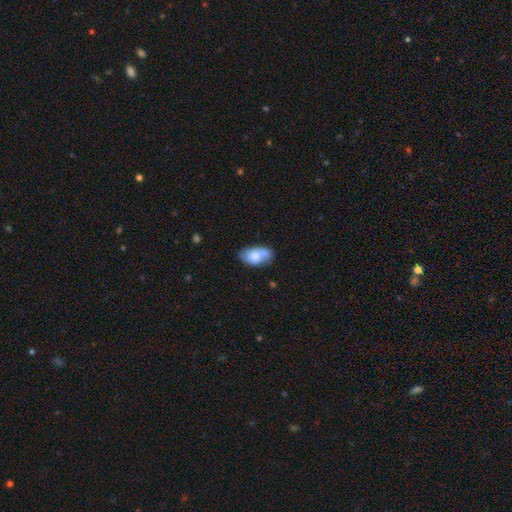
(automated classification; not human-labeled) smooth-or-featured: smooth: 66% | featured or disk: 27% | star or artifact: 7%
  how-rounded: in between: 92% | round: 6% | cigar-shaped: 2%
  merging: none: 51% | minor disturbance: 25% | merger: 18% | major disturbance: 7%